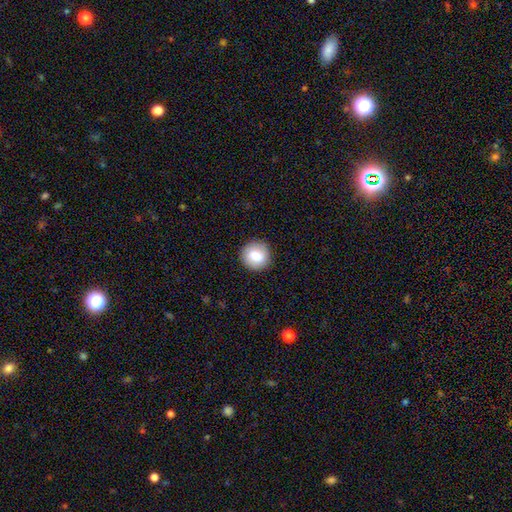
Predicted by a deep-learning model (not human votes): smooth-or-featured: smooth: 81% | featured or disk: 11% | star or artifact: 8%
  how-rounded: round: 94% | in between: 5% | cigar-shaped: 1%
  merging: none: 91% | minor disturbance: 6% | major disturbance: 2% | merger: 1%